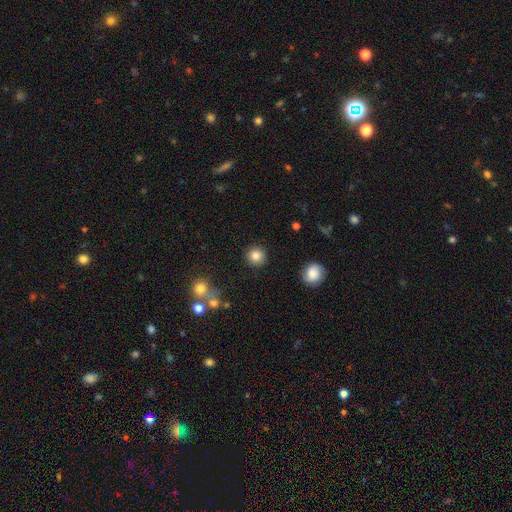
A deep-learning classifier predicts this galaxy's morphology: A smooth galaxy with no disk features (85%) that is round (93%).

Vote fractions:
- Smooth or featured? smooth: 85% / star or artifact: 10% / featured or disk: 5%
- How rounded? round: 93% / in between: 6% / cigar-shaped: 1%
- Merging? none: 90% / minor disturbance: 6% / major disturbance: 2% / merger: 2%